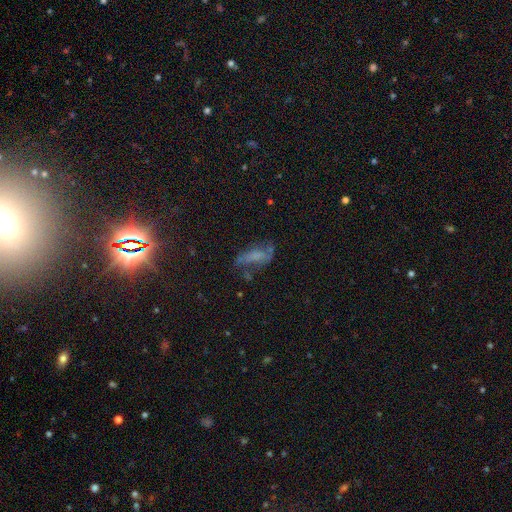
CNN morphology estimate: This is marginally a featured or disk galaxy (43%). Merging: marginally none (42%).